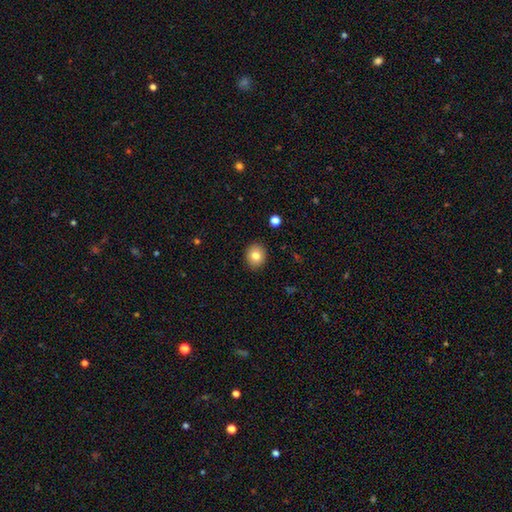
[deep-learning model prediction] The model was most divided on "how rounded": round: 71%, in between: 28%, cigar-shaped: 1%. More confident: merging — none (91%); smooth or featured — smooth (81%).